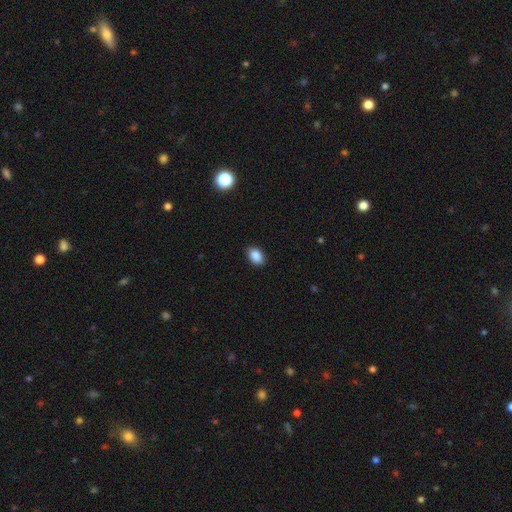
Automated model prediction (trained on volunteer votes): Overall: smooth (88%). How rounded: in between (82%). Merging: none (89%).